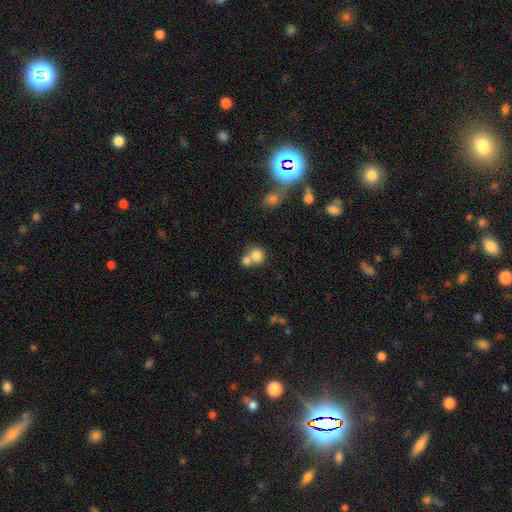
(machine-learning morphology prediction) Smooth or featured: smooth — 79% (featured or disk — 11%)
How rounded: round — 79% (in between — 20%)
Merging: merger — 52% (none — 38%)